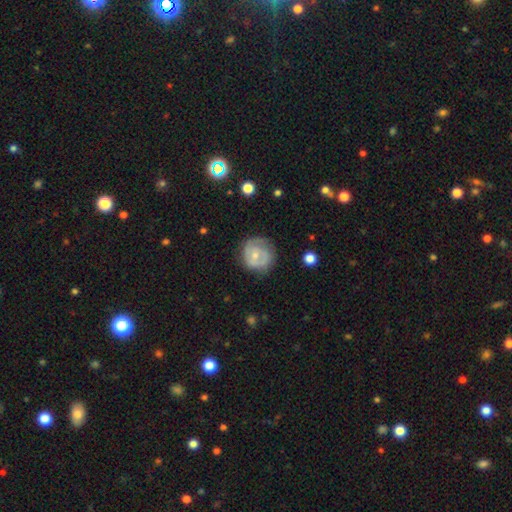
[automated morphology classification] This is possibly a featured or disk galaxy (50%). Merging: likely none (62%).